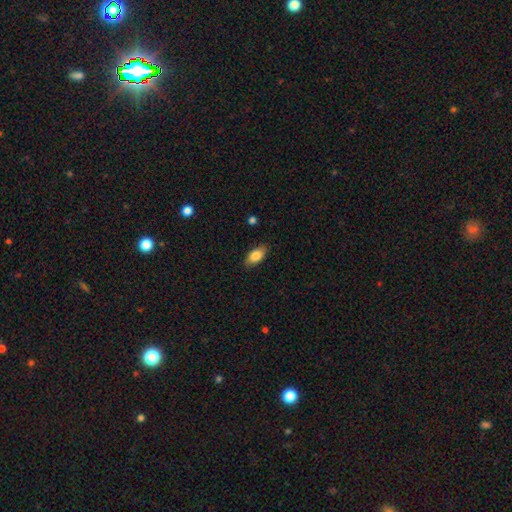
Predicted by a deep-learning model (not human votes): Smooth or featured? smooth (83%)
How rounded? in between (89%)
Merging? none (86%)